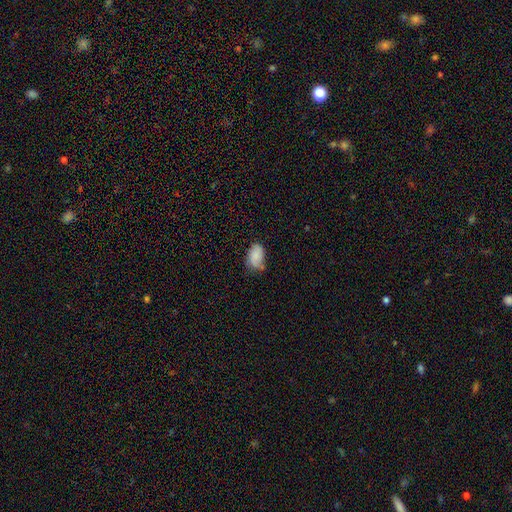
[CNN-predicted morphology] smooth-or-featured: smooth: 76% | featured or disk: 16% | star or artifact: 8%
  how-rounded: in between: 88% | round: 11% | cigar-shaped: 1%
  merging: none: 50% | minor disturbance: 37% | major disturbance: 10% | merger: 4%